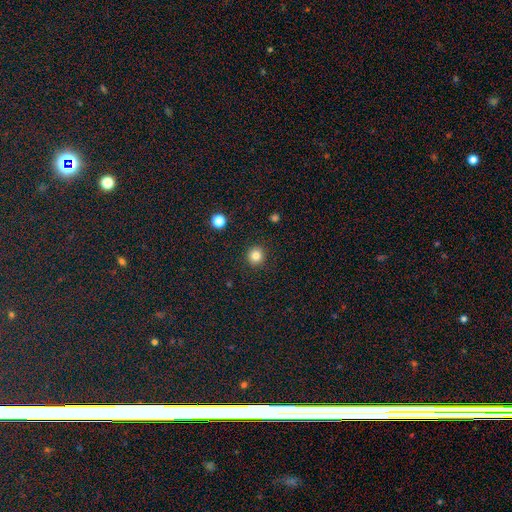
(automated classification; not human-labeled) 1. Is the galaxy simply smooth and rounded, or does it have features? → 83% smooth, 12% star or artifact, 5% featured or disk.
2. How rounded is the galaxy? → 95% round, 5% in between, 1% cigar-shaped.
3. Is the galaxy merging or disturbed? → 92% none, 5% minor disturbance, 2% major disturbance, 1% merger.